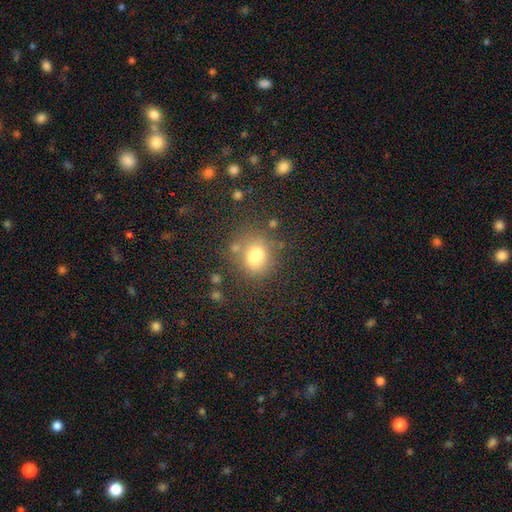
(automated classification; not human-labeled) This appears to be a smooth galaxy with no disk features (76%) that is round (54%). Merging: none (61%).